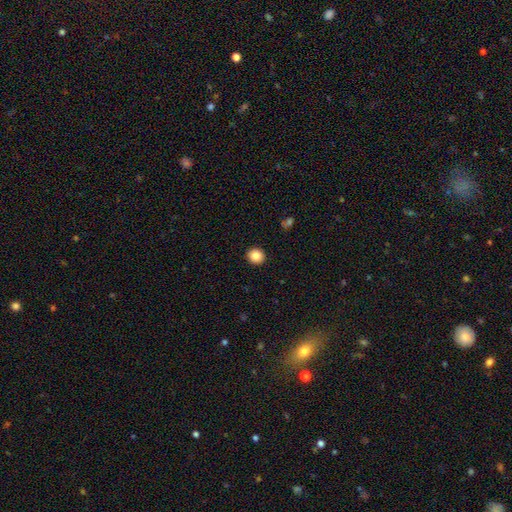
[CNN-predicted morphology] A smooth galaxy with no disk features (85%) that is round (89%).

Vote fractions:
- Smooth or featured? smooth: 85% / star or artifact: 10% / featured or disk: 5%
- How rounded? round: 89% / in between: 10% / cigar-shaped: 1%
- Merging? none: 93% / minor disturbance: 5% / major disturbance: 2% / merger: 1%